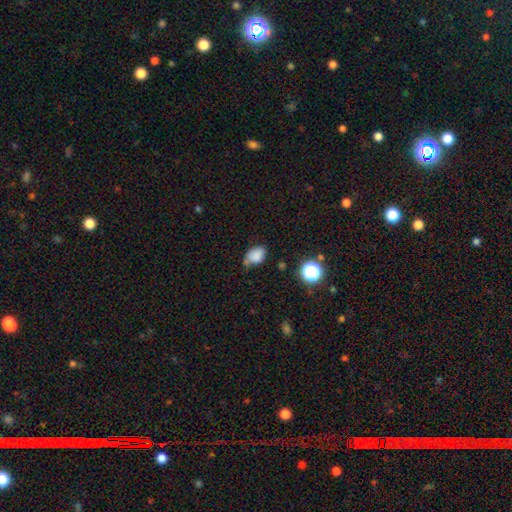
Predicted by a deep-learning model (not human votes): Morphology: type=smooth (82%); roundness=in between (68%); merging=none (49%).